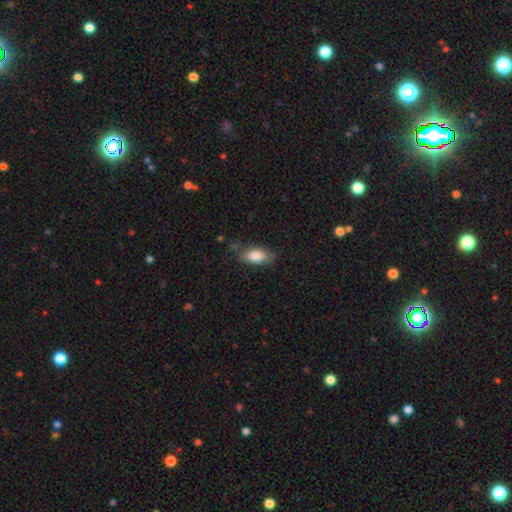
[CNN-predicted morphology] smooth_or_featured: smooth (p=0.82) [alt: featured or disk p=0.11]
how_rounded: in between (p=0.86) [alt: cigar-shaped p=0.10]
merging: none (p=0.73) [alt: minor disturbance p=0.21]